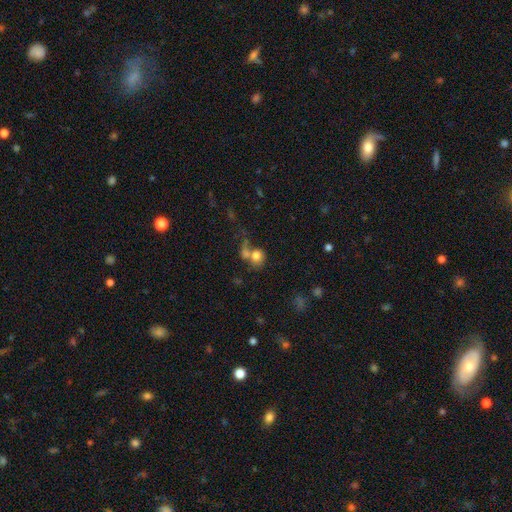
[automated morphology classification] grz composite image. It shows a smooth galaxy with no disk features (75%) that is round (71%). Merging: merger (49%).